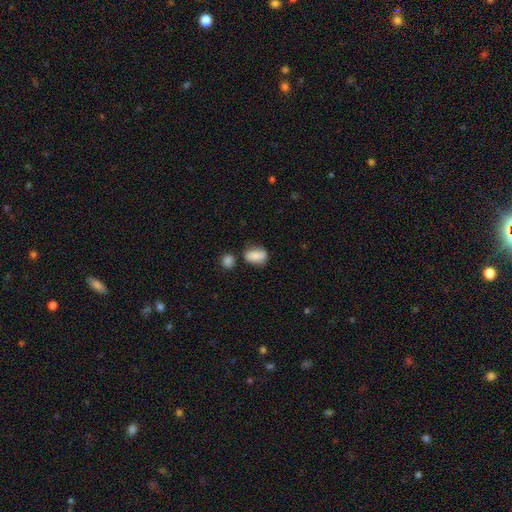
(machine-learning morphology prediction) smooth_or_featured: smooth (p=0.79) [alt: featured or disk p=0.12]
how_rounded: in between (p=0.79) [alt: round p=0.17]
merging: none (p=0.61) [alt: minor disturbance p=0.21]